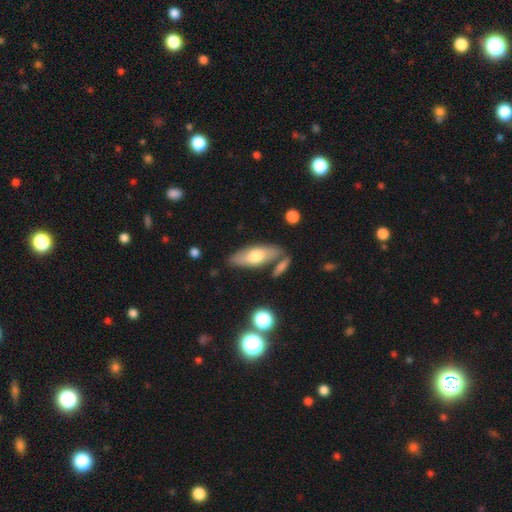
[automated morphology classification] A smooth galaxy with no disk features (61%) that is in between round and cigar-shaped (69%). Merging: none (74%).